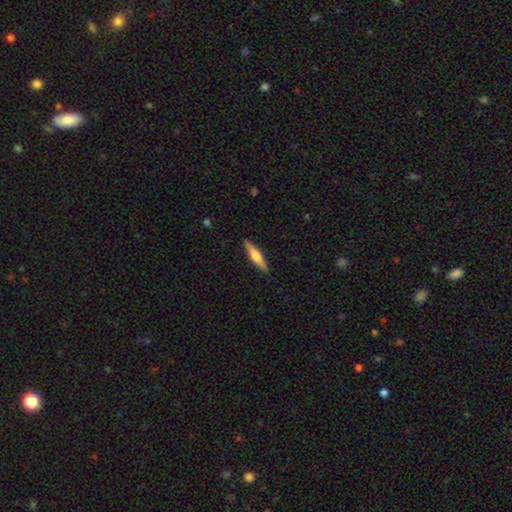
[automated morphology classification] featured or disk 52%, smooth 43%, star or artifact 5%. Down the decision tree: edge-on disk — yes (96%); merging — none (91%).